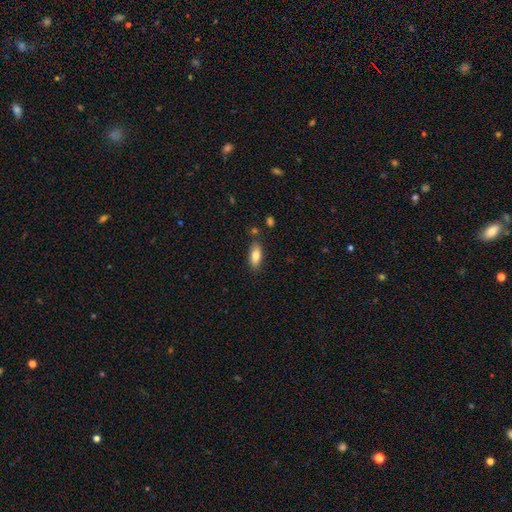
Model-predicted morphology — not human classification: Smooth or featured: smooth — 76% (featured or disk — 17%)
How rounded: in between — 77% (cigar-shaped — 21%)
Merging: none — 82% (minor disturbance — 12%)